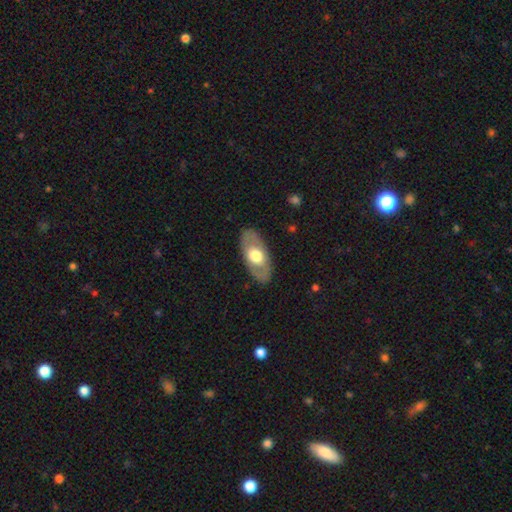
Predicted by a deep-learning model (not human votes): Overall: smooth (49%; featured or disk 46%). Merging: none (85%).